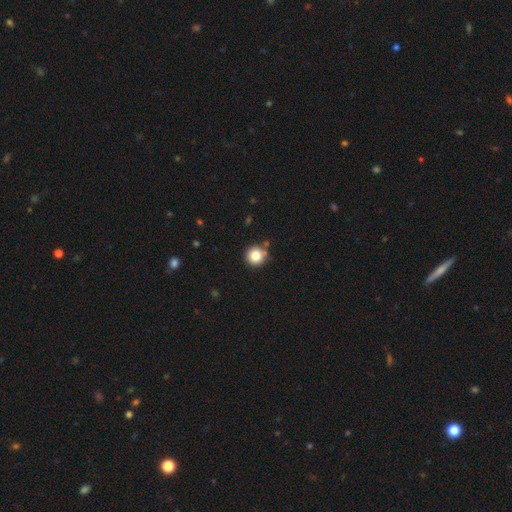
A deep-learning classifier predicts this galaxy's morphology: This is clearly a smooth galaxy (81%). How rounded: clearly round (95%). Merging: clearly none (83%).